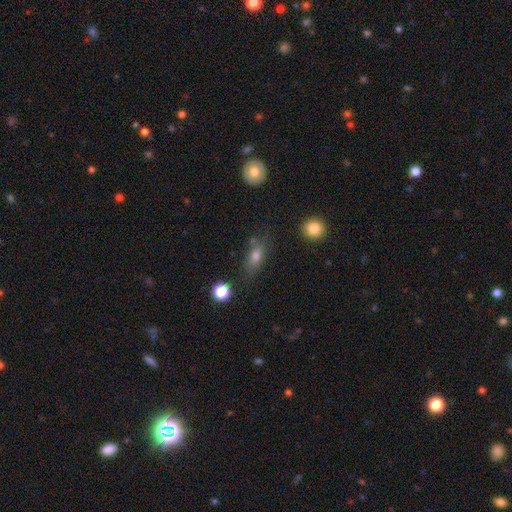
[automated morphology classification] Smooth or featured: smooth — 69% (featured or disk — 19%)
How rounded: in between — 69% (cigar-shaped — 20%)
Merging: none — 66% (minor disturbance — 20%)